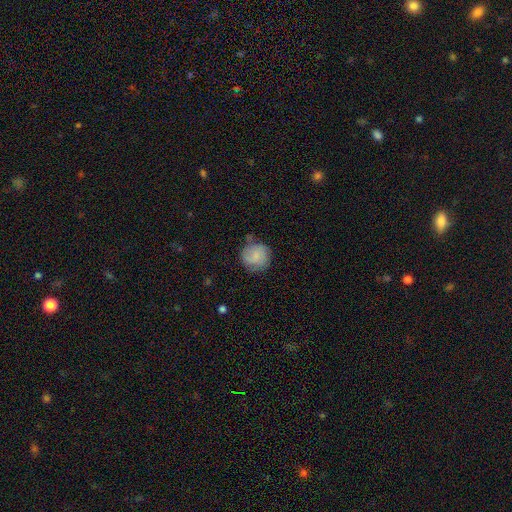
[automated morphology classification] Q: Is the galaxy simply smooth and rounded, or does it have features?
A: smooth — 75%.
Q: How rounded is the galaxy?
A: round — 90%.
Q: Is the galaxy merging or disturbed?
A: none — 68%.